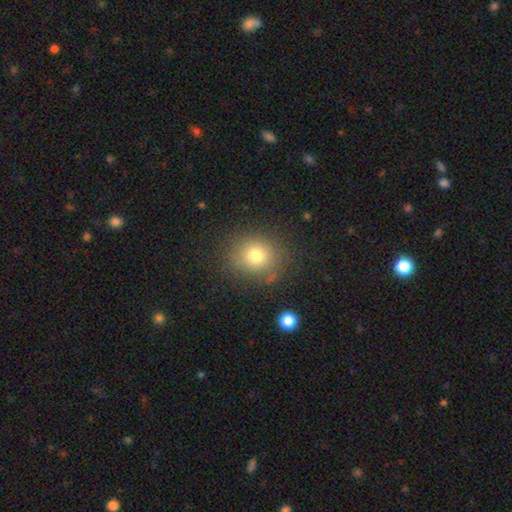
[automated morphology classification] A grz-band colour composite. It shows a smooth galaxy with no disk features (76%) that is round (78%). Merging: none (81%).